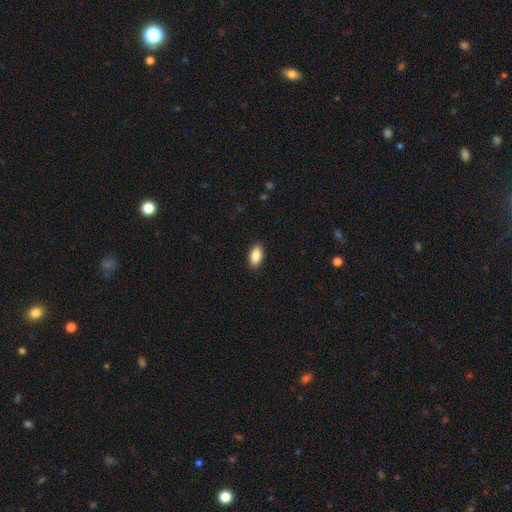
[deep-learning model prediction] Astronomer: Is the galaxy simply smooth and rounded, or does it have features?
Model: smooth — 87%.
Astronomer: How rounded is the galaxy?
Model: in between — 92%.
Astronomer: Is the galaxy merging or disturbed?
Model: none — 90%.